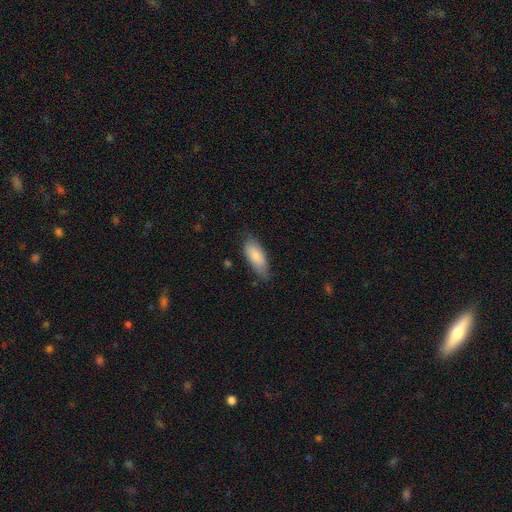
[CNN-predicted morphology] type=smooth (82%); roundness=in between (80%); merging=none (68%).